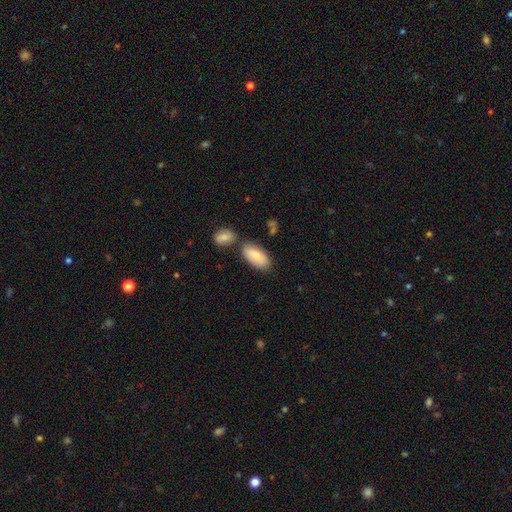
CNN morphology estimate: A smooth galaxy with no disk features (81%) that is in between round and cigar-shaped (92%). Merging: none (66%).